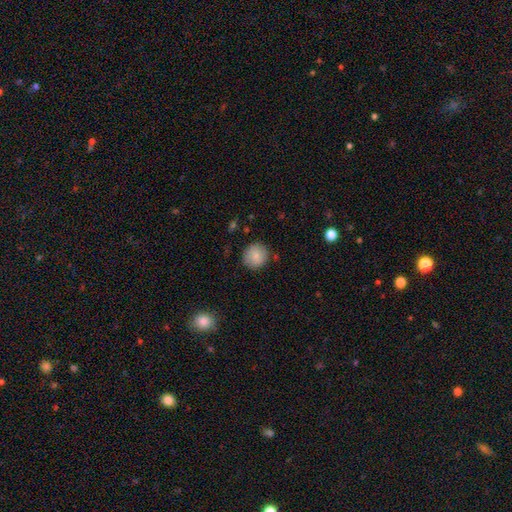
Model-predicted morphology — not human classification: Q: Smooth or featured?
A: smooth (82%); runner-up: featured or disk (10%)
Q: How rounded?
A: round (89%); runner-up: in between (10%)
Q: Merging?
A: none (84%); runner-up: minor disturbance (11%)